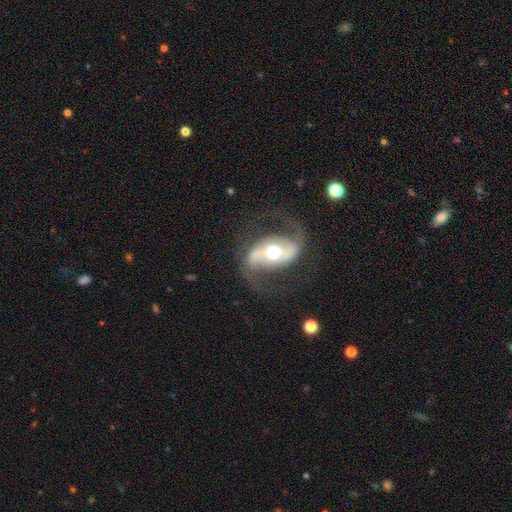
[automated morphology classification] This is clearly a featured or disk galaxy (86%). It is clearly not viewed edge-on (96%). Bar: marginally no (38%). Spiral arm pattern: clearly yes (94%). Spiral arm count: clearly 2 (93%). Spiral winding: possibly loose (48%). Central bulge: likely moderate (70%). Merging: likely none (73%).